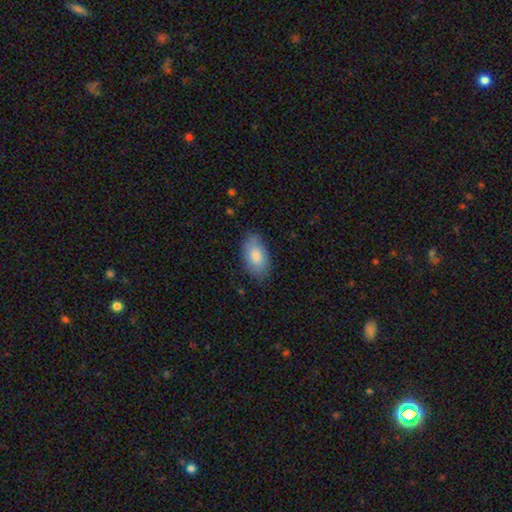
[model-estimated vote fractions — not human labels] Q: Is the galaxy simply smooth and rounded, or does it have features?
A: smooth — 80%.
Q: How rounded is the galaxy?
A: in between — 94%.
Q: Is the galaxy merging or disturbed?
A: none — 81%.